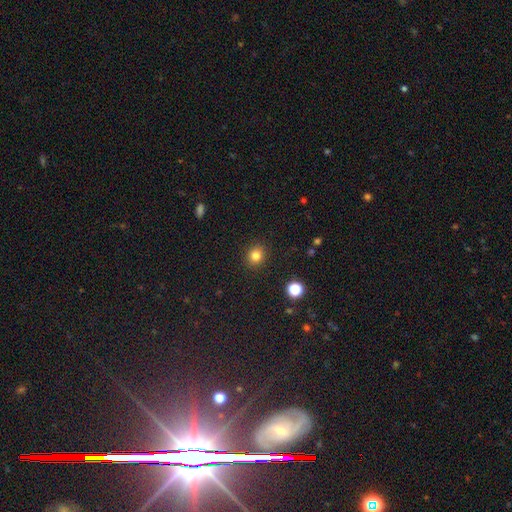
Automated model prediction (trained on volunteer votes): This appears to be a smooth galaxy with no disk features (82%) that is round (81%). Merging: none (90%).